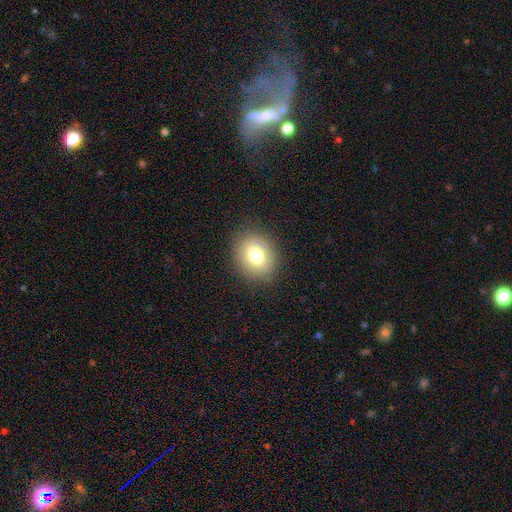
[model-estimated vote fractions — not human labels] A smooth galaxy with no disk features (74%) that is round (63%). Merging: none (86%).